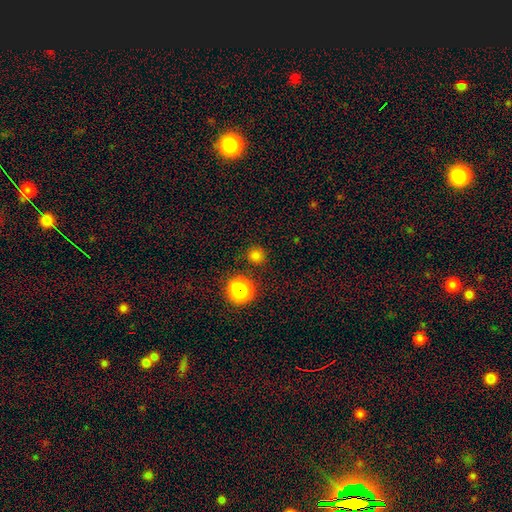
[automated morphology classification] The model was most divided on "smooth or featured": smooth: 75%, star or artifact: 21%, featured or disk: 4%. More confident: how rounded — round (92%); merging — none (86%).